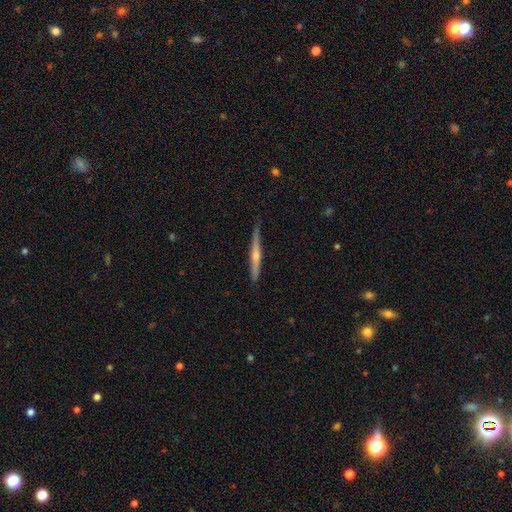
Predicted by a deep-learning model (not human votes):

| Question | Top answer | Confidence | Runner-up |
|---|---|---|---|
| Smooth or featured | featured or disk | 74% | smooth (19%) |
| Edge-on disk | yes | 98% | no (2%) |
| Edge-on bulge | rounded | 81% | none (13%) |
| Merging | none | 89% | minor disturbance (8%) |